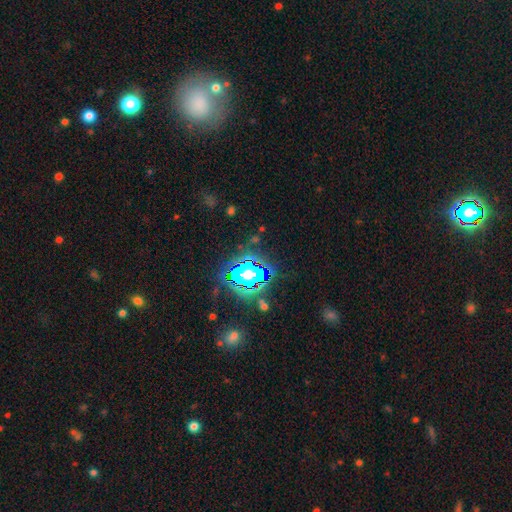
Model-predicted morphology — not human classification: Smooth or featured?
  - star or artifact: 78% *
  - smooth: 13%
  - featured or disk: 9%